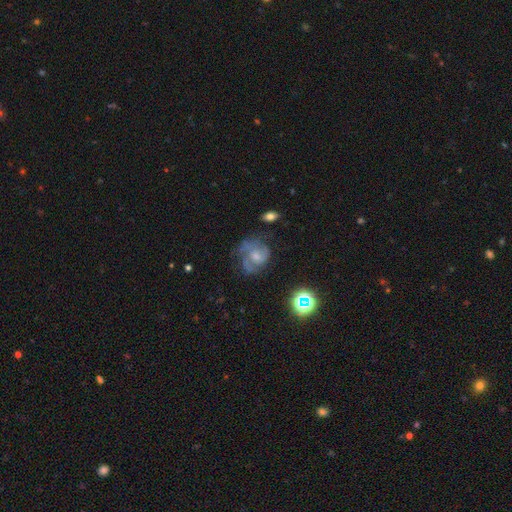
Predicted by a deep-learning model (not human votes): smooth-or-featured: featured or disk: 67% | smooth: 22% | star or artifact: 12%
  disk-edge-on: no: 98% | yes: 2%
    bar: no: 65% | weak: 31% | strong: 5%
    has-spiral-arms: yes: 84% | no: 16%
      spiral-winding: medium: 46% | tight: 35% | loose: 20%
      spiral-arm-count: 2: 37% | can't tell: 28% | 3: 19% | 1: 8% | 4: 4% | more than 4: 3%
    bulge-size: moderate: 42% | small: 39% | none: 12% | large: 5% | dominant: 1%
  merging: none: 51% | minor disturbance: 24% | major disturbance: 22% | merger: 3%